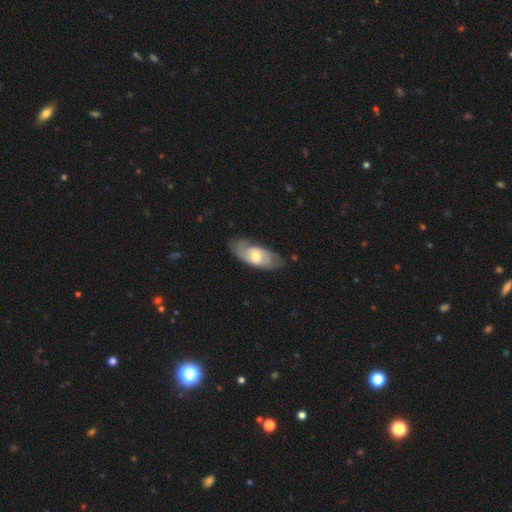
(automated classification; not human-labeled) A smooth galaxy with no disk features (52%) that is in between round and cigar-shaped (82%).

Vote fractions:
- Smooth or featured? smooth: 52% / featured or disk: 42% / star or artifact: 6%
- How rounded? in between: 82% / cigar-shaped: 15% / round: 3%
- Merging? none: 72% / minor disturbance: 21% / major disturbance: 6% / merger: 2%